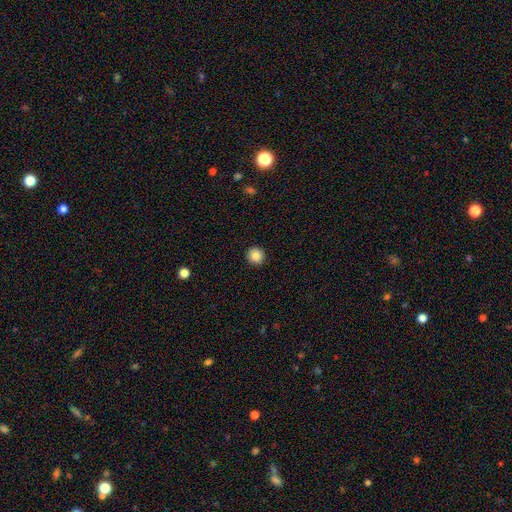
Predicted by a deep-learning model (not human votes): Smooth or featured: smooth — 86% (star or artifact — 10%)
How rounded: round — 94% (in between — 5%)
Merging: none — 93% (minor disturbance — 5%)